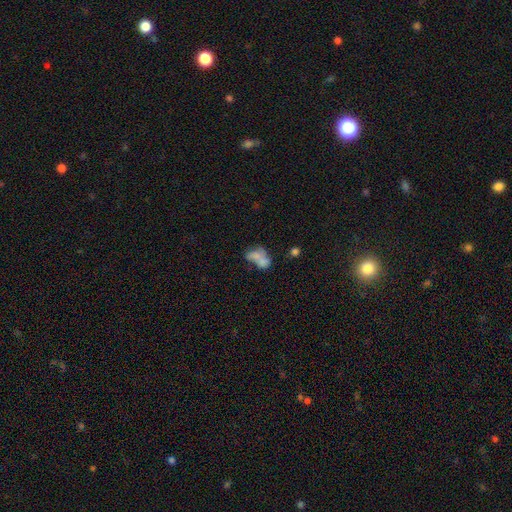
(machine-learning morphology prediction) This is possibly a smooth galaxy (53%). How rounded: likely in between (77%). Merging: possibly merger (53%).